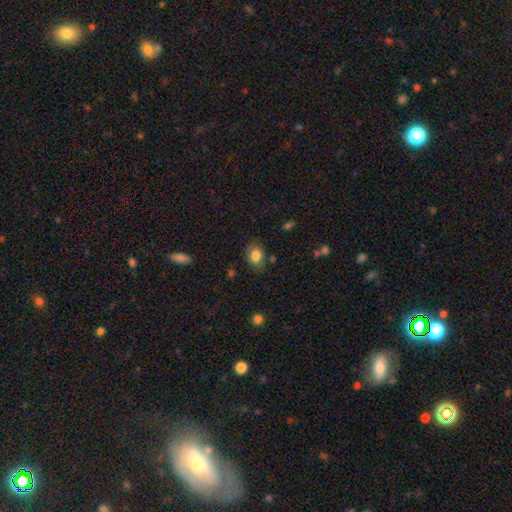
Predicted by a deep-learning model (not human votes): Smooth or featured: smooth — 81% (featured or disk — 10%)
How rounded: in between — 64% (round — 35%)
Merging: none — 76% (minor disturbance — 17%)